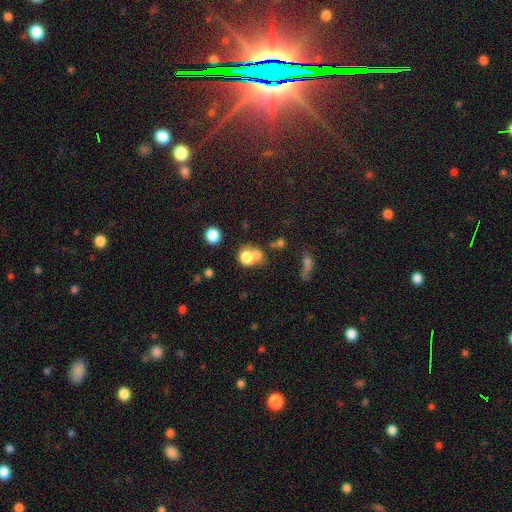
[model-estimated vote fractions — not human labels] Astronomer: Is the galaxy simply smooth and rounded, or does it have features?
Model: smooth — 72%.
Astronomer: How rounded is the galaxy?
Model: round — 71%.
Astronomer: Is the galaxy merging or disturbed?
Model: merger — 52% (runner-up: none, 35%).